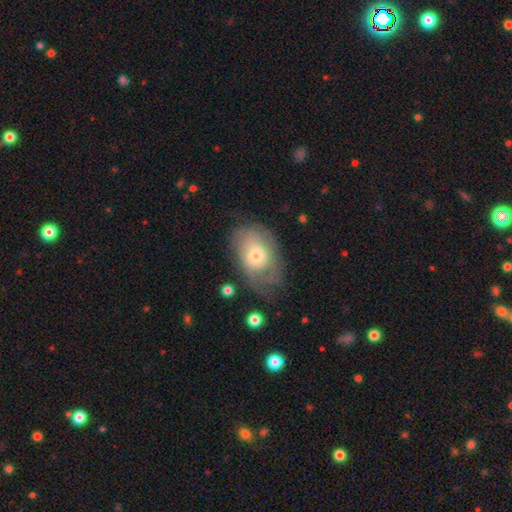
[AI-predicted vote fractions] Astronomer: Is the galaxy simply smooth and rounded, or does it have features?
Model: featured or disk — 51% (runner-up: smooth, 42%).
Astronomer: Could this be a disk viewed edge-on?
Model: no — 93%.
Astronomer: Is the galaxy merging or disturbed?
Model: none — 56%.